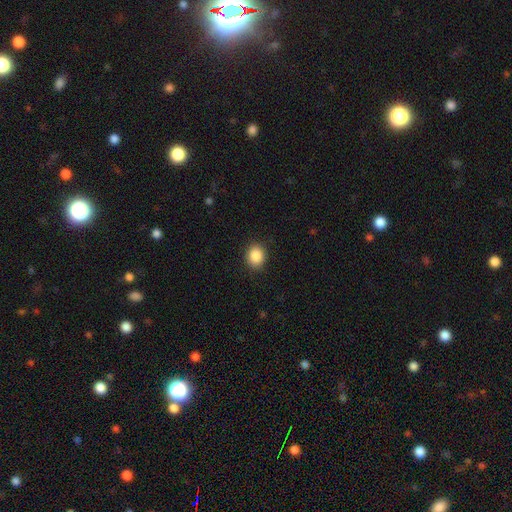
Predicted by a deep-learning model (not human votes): The model was most divided on "how rounded": round: 65%, in between: 34%, cigar-shaped: 1%. More confident: merging — none (90%); smooth or featured — smooth (87%).